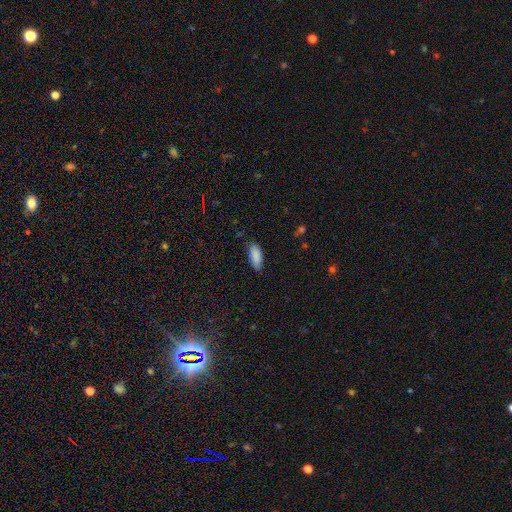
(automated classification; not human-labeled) A smooth galaxy with no disk features (88%) that is in between round and cigar-shaped (82%).

Vote fractions:
- Smooth or featured? smooth: 88% / star or artifact: 7% / featured or disk: 5%
- How rounded? in between: 82% / cigar-shaped: 16% / round: 2%
- Merging? none: 80% / minor disturbance: 16% / major disturbance: 3% / merger: 1%